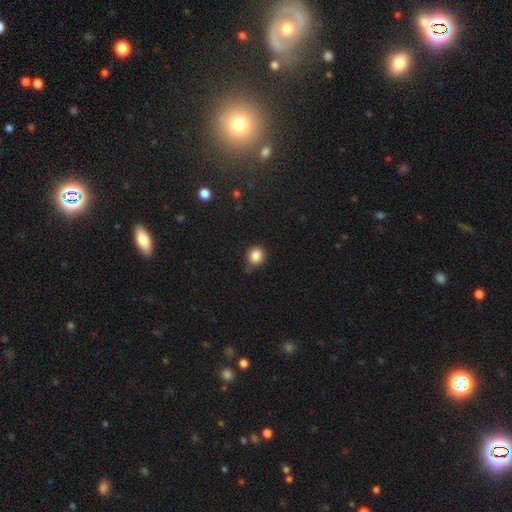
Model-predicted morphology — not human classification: smooth 85%, star or artifact 10%, featured or disk 5%. Down the decision tree: how rounded — round (83%); merging — none (69%).